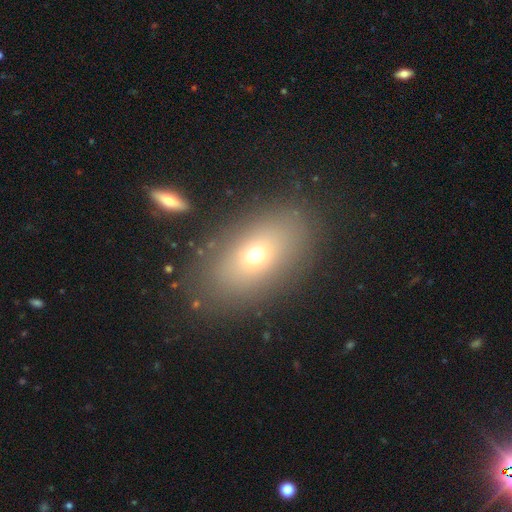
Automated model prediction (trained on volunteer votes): smooth_or_featured: smooth (p=0.65) [alt: featured or disk p=0.20]
how_rounded: in between (p=0.82) [alt: round p=0.15]
merging: none (p=0.81) [alt: minor disturbance p=0.10]